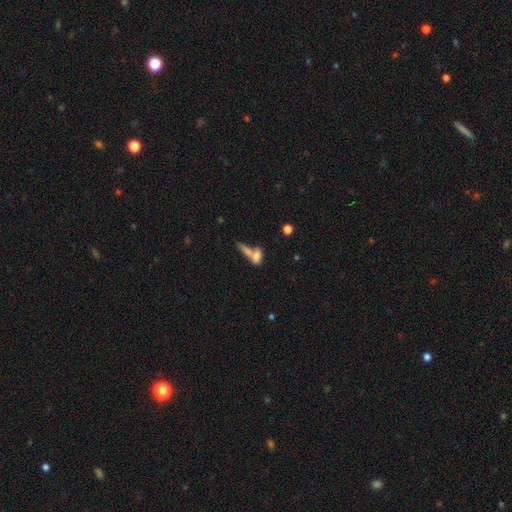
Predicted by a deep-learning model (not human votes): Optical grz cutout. It shows a smooth galaxy with no disk features (68%) that is in between round and cigar-shaped (60%). Merging: merger (56%).